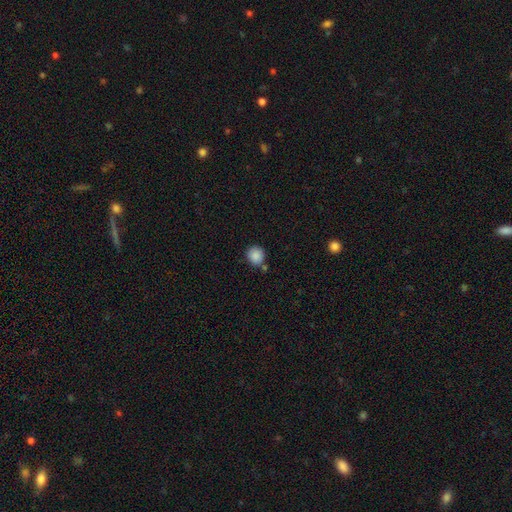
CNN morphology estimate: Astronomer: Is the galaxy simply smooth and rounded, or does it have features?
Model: smooth — 88%.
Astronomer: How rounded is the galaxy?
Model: round — 85%.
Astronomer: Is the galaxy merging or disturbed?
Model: none — 73%.